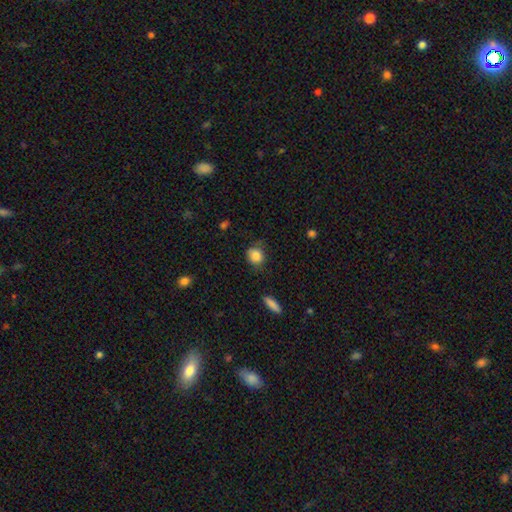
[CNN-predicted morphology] smooth 85%, star or artifact 9%, featured or disk 6%. Down the decision tree: how rounded — round (72%); merging — none (71%).